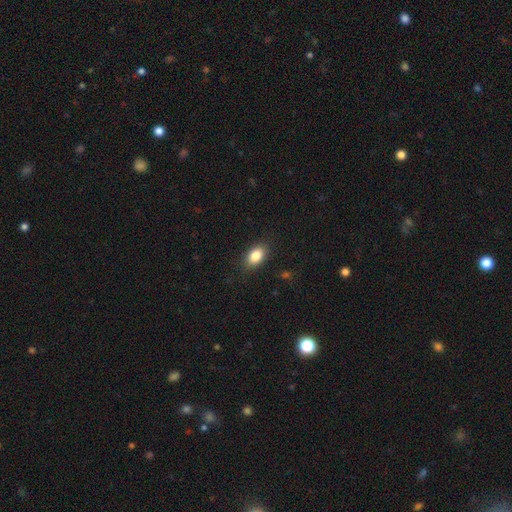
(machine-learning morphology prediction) Smooth or featured?
  - smooth: 85% *
  - star or artifact: 8%
  - featured or disk: 7%
How rounded?
  - in between: 88% *
  - round: 10%
  - cigar-shaped: 2%
Merging?
  - none: 86% *
  - minor disturbance: 10%
  - major disturbance: 3%
  - merger: 1%